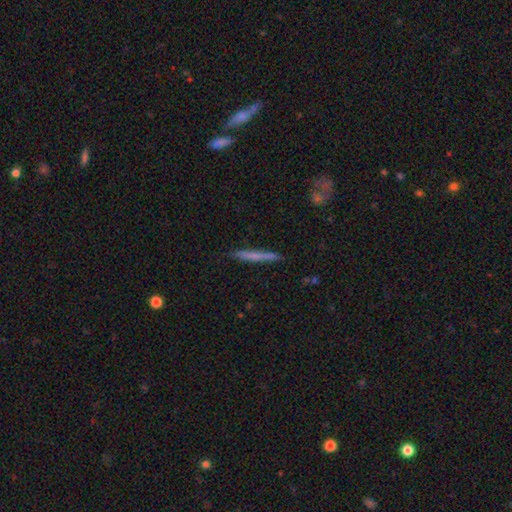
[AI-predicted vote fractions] Overall: smooth (58%; featured or disk 36%). How rounded: cigar-shaped (96%). Merging: none (87%).